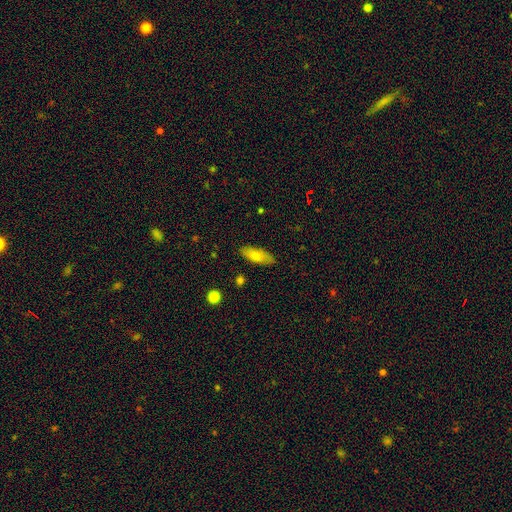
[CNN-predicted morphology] A smooth galaxy with no disk features (70%) that is in between round and cigar-shaped (73%).

Vote fractions:
- Smooth or featured? smooth: 70% / featured or disk: 23% / star or artifact: 7%
- How rounded? in between: 73% / cigar-shaped: 24% / round: 3%
- Merging? none: 87% / minor disturbance: 10% / major disturbance: 2% / merger: 1%